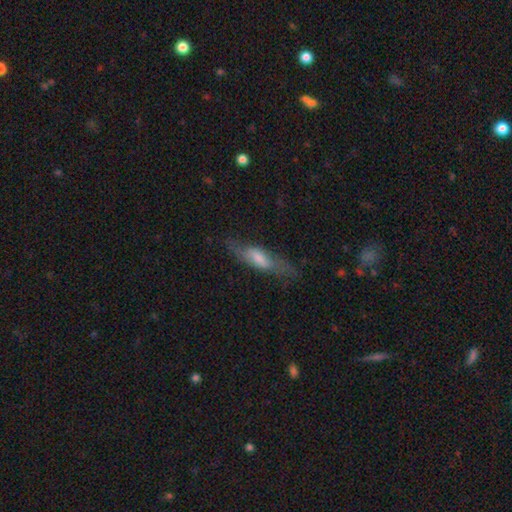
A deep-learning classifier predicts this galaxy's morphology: A featured or disk galaxy (51%) viewed edge-on (53%). Merging: none (69%).